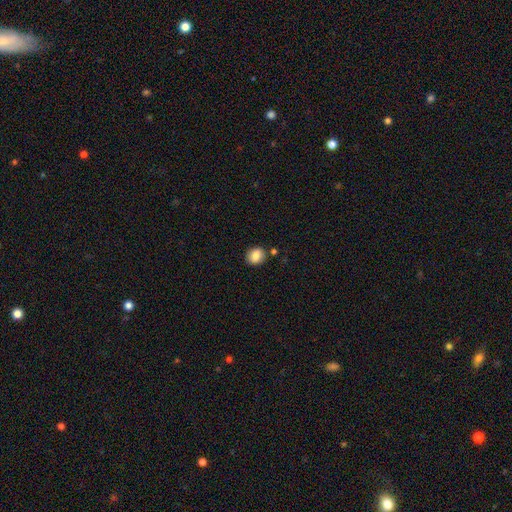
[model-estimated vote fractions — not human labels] smooth_or_featured: smooth (p=0.84) [alt: star or artifact p=0.09]
how_rounded: round (p=0.64) [alt: in between p=0.35]
merging: none (p=0.83) [alt: minor disturbance p=0.09]